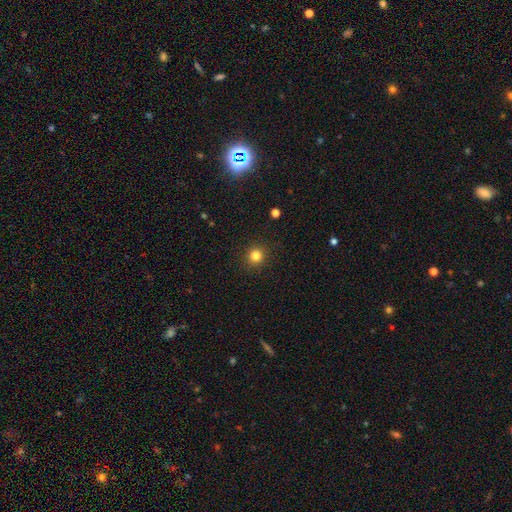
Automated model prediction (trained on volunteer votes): Smooth or featured? Predicted: smooth (p=0.82). How rounded? Predicted: round (p=0.92). Merging? Predicted: none (p=0.91).